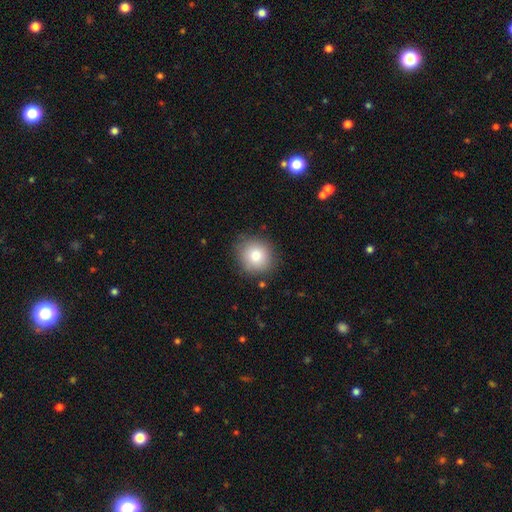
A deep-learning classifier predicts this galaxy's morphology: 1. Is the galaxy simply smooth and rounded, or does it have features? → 80% smooth, 10% featured or disk, 10% star or artifact.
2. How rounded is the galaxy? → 84% round, 15% in between, 1% cigar-shaped.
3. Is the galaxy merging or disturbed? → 84% none, 12% minor disturbance, 3% major disturbance, 2% merger.